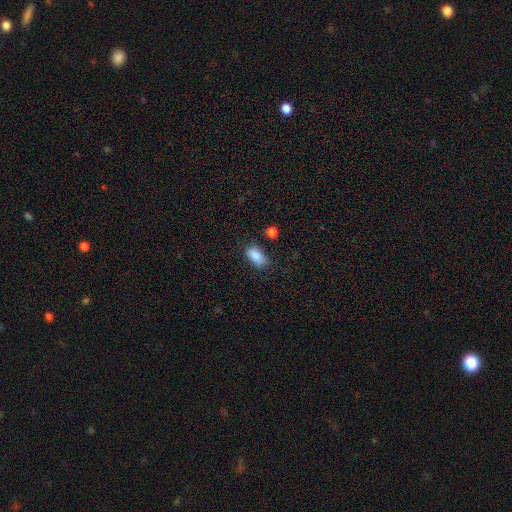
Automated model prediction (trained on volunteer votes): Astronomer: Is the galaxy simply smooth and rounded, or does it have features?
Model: smooth — 87%.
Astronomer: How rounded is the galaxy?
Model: in between — 92%.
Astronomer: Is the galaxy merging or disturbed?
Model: none — 76%.